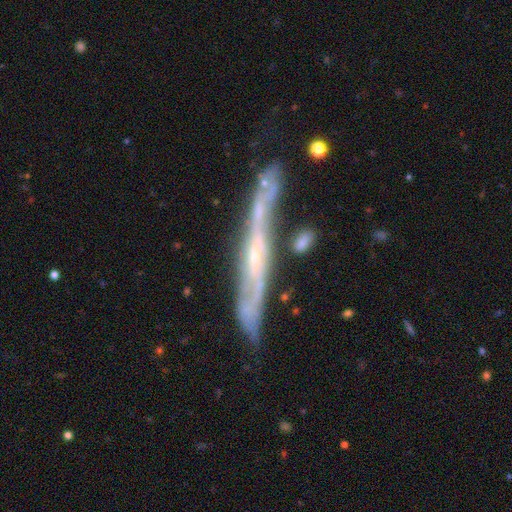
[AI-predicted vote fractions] Smooth or featured? featured or disk (80%)
Edge-on disk? yes (75%)
Edge-on bulge? none (58%)
Merging? none (61%)